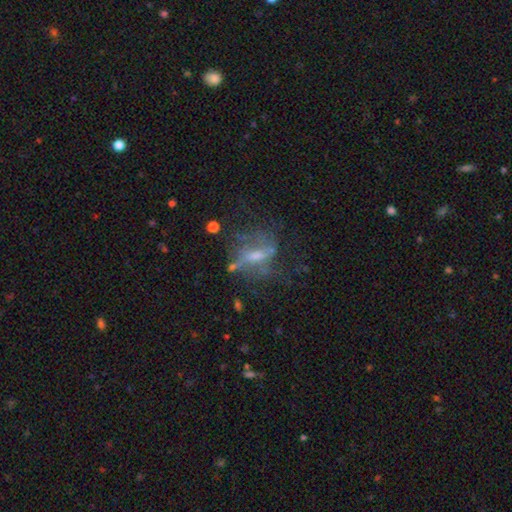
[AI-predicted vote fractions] Smooth or featured? featured or disk (64%)
Edge-on disk? no (86%)
Bar? weak (39%)
Spiral arms? yes (52%)
Bulge size? small (42%)
Merging? none (47%)